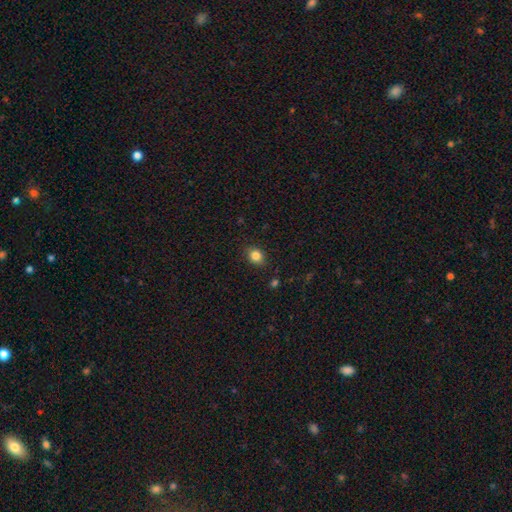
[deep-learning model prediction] A smooth galaxy with no disk features (84%) that is round (51%).

Vote fractions:
- Smooth or featured? smooth: 84% / star or artifact: 11% / featured or disk: 6%
- How rounded? round: 51% / in between: 48% / cigar-shaped: 1%
- Merging? none: 87% / minor disturbance: 10% / major disturbance: 2% / merger: 1%